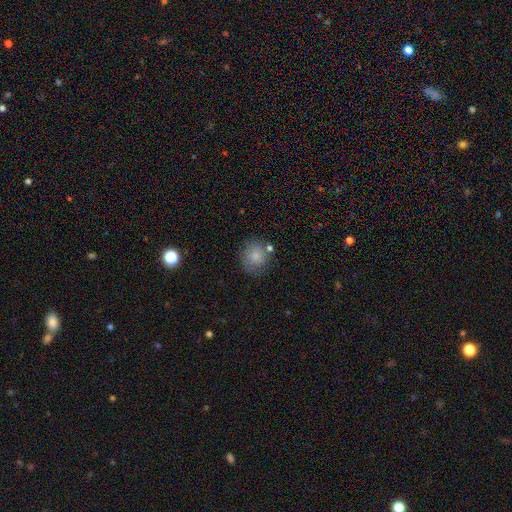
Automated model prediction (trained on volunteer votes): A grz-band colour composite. It shows a smooth galaxy with no disk features (81%) that is round (82%). Merging: none (70%).